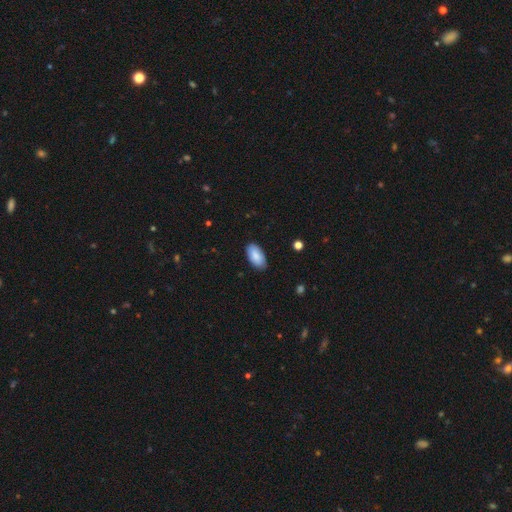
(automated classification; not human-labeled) smooth-or-featured: smooth: 86% | featured or disk: 8% | star or artifact: 6%
  how-rounded: in between: 95% | cigar-shaped: 2% | round: 2%
  merging: none: 84% | minor disturbance: 13% | major disturbance: 2% | merger: 1%